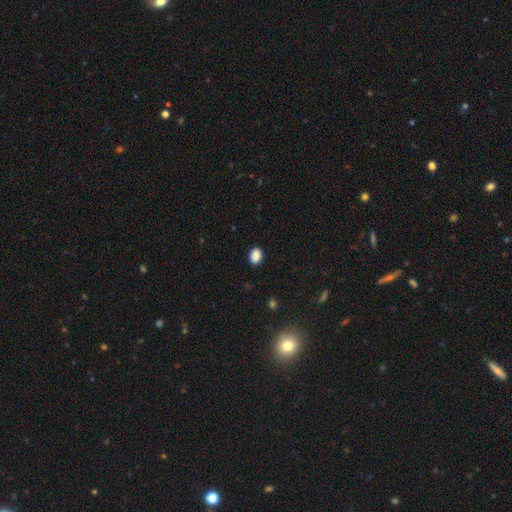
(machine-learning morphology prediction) type=smooth (88%); roundness=in between (72%); merging=none (88%).